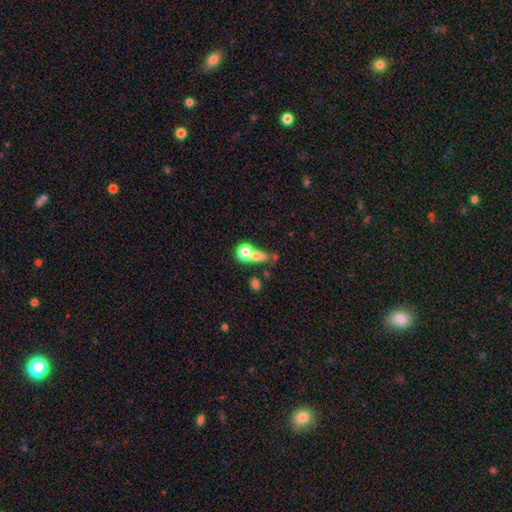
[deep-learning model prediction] Smooth or featured: smooth — 69% (featured or disk — 17%)
How rounded: round — 54% (in between — 37%)
Merging: merger — 48% (none — 32%)